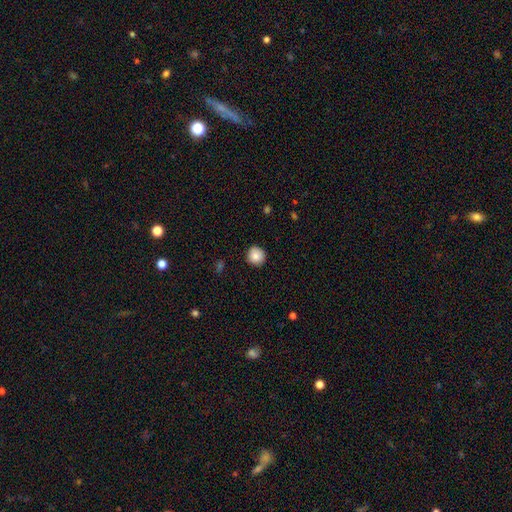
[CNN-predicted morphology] Smooth or featured? Predicted: smooth (p=0.86). How rounded? Predicted: round (p=0.92). Merging? Predicted: none (p=0.89).